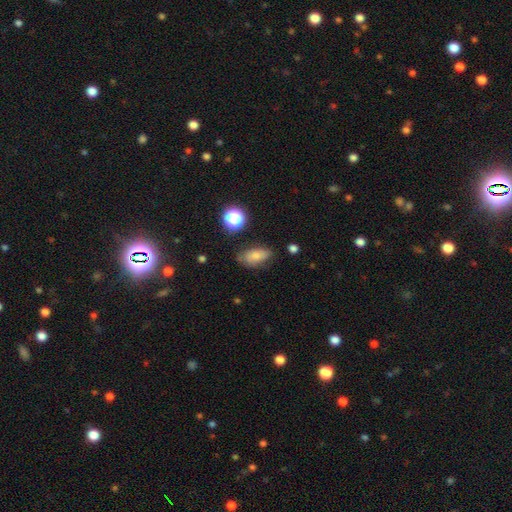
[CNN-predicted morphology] smooth_or_featured: smooth (p=0.72) [alt: featured or disk p=0.17]
how_rounded: in between (p=0.86) [alt: round p=0.09]
merging: none (p=0.66) [alt: minor disturbance p=0.24]